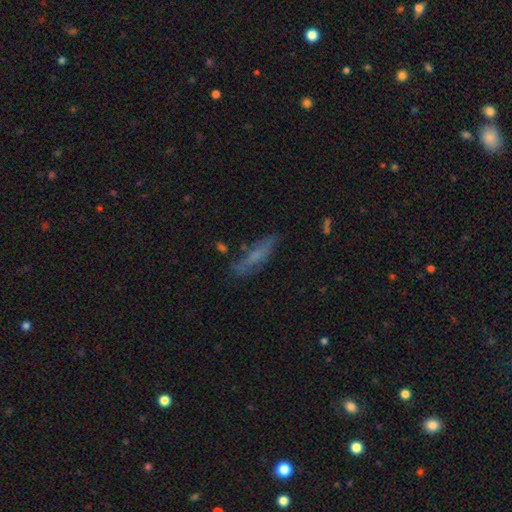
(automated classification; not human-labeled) Smooth or featured? Predicted: smooth (p=0.50). How rounded? Predicted: cigar-shaped (p=0.71). Merging? Predicted: none (p=0.67).